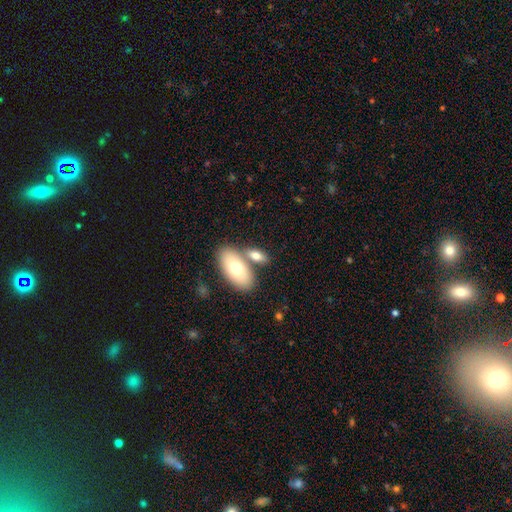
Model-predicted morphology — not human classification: smooth_or_featured: smooth (p=0.73) [alt: featured or disk p=0.21]
how_rounded: in between (p=0.84) [alt: cigar-shaped p=0.11]
merging: none (p=0.51) [alt: merger p=0.37]